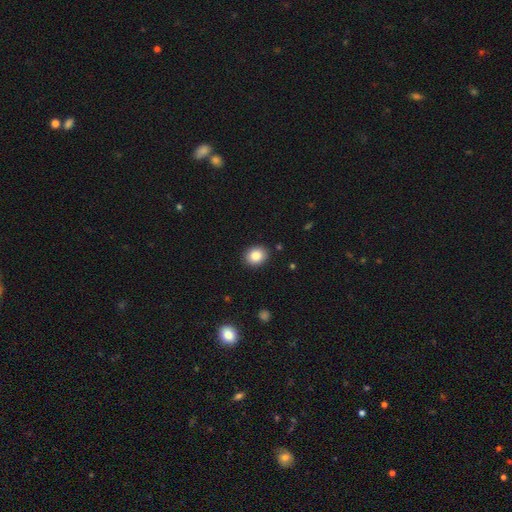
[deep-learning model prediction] A smooth galaxy with no disk features (85%) that is round (61%). Merging: none (90%).